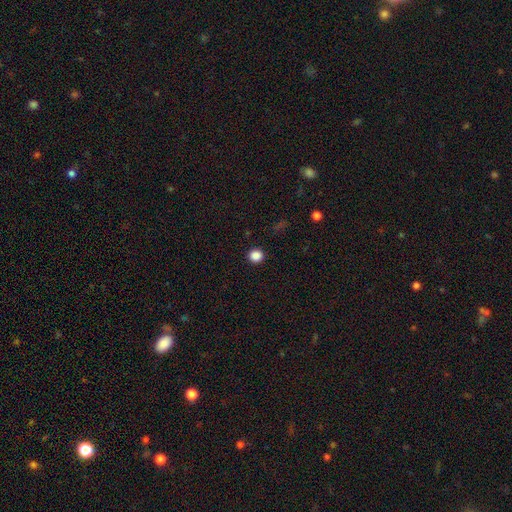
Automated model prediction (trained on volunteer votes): This appears to be a smooth galaxy with no disk features (87%) that is round (91%). Merging: none (92%).